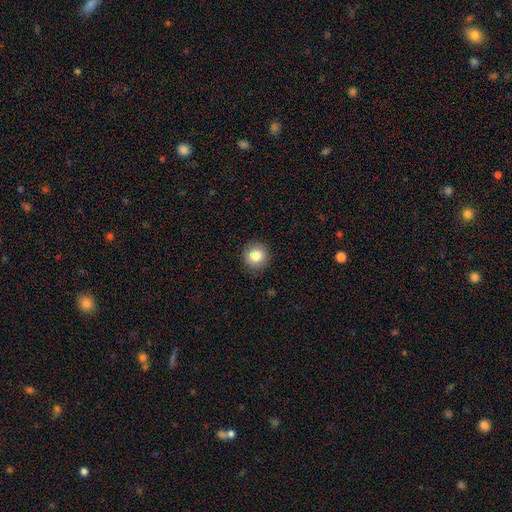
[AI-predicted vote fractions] A smooth galaxy with no disk features (83%) that is round (91%).

Vote fractions:
- Smooth or featured? smooth: 83% / star or artifact: 10% / featured or disk: 7%
- How rounded? round: 91% / in between: 8% / cigar-shaped: 1%
- Merging? none: 89% / minor disturbance: 8% / major disturbance: 2% / merger: 1%